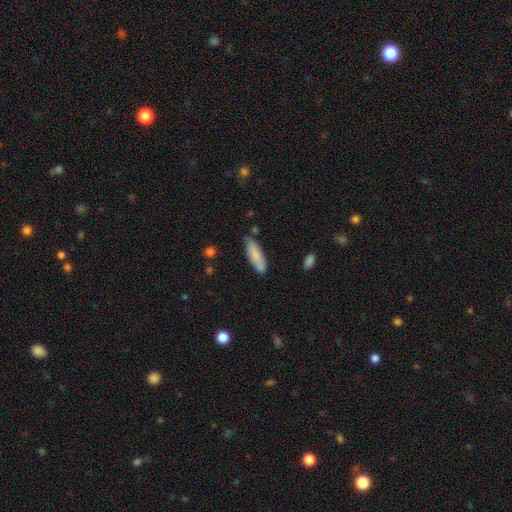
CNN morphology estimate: This is clearly a smooth galaxy (83%). How rounded: possibly cigar-shaped (54%). Merging: likely none (79%).